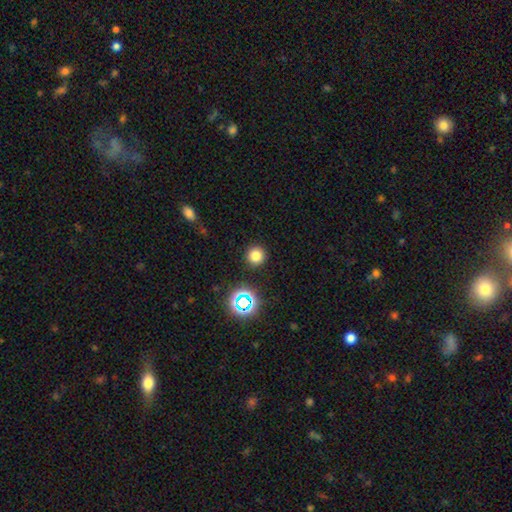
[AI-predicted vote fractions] smooth 76%, star or artifact 18%, featured or disk 6%. Down the decision tree: how rounded — round (95%); merging — none (91%).